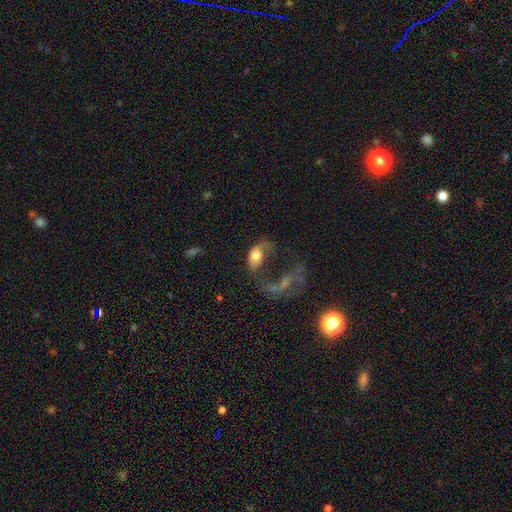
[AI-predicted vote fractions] Smooth or featured: smooth — 61% (featured or disk — 29%)
How rounded: in between — 86% (round — 11%)
Merging: major disturbance — 40% (merger — 24%)